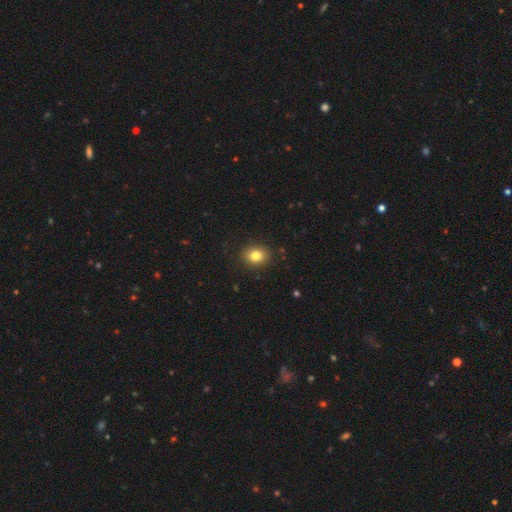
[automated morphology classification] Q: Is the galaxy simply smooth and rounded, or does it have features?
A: smooth — 81%.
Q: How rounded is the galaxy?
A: round — 61%.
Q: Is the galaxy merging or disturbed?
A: none — 90%.